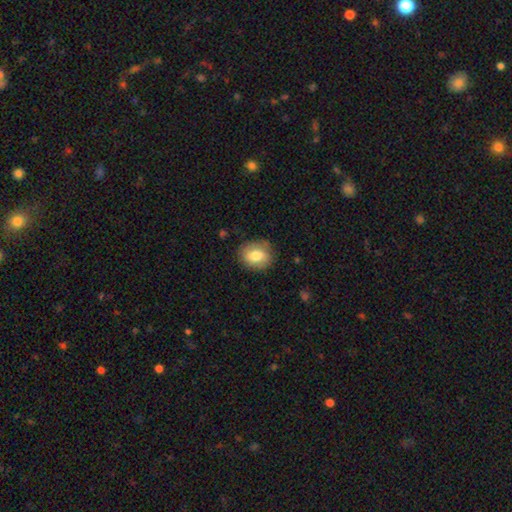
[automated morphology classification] This is likely a smooth galaxy (76%). How rounded: possibly round (53%). Merging: clearly none (81%).